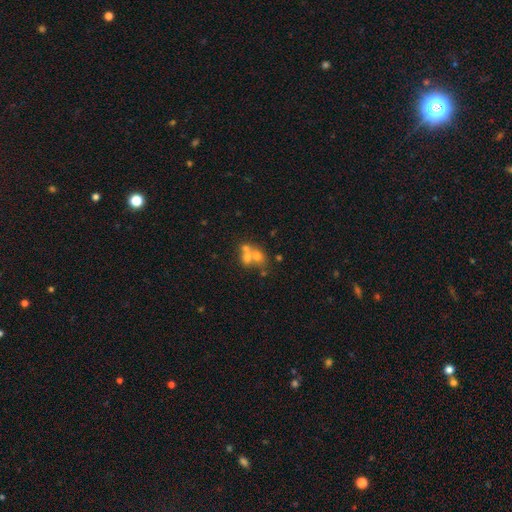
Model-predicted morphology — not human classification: Overall: smooth (54%; featured or disk 30%). How rounded: round (62%; in between 36%). Merging: merger (60%; none 28%).